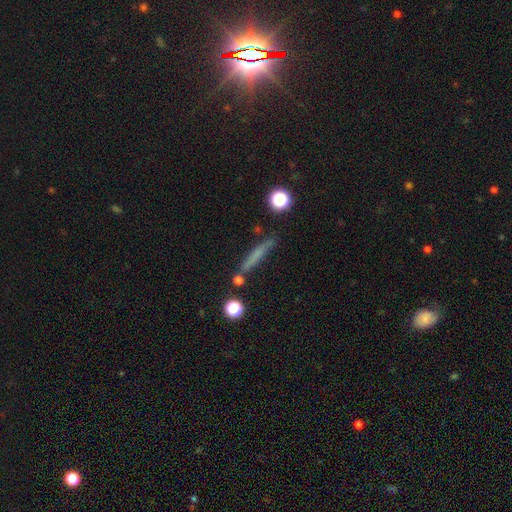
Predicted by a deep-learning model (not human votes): smooth 59%, featured or disk 30%, star or artifact 11%. Down the decision tree: how rounded — cigar-shaped (91%); merging — none (79%).